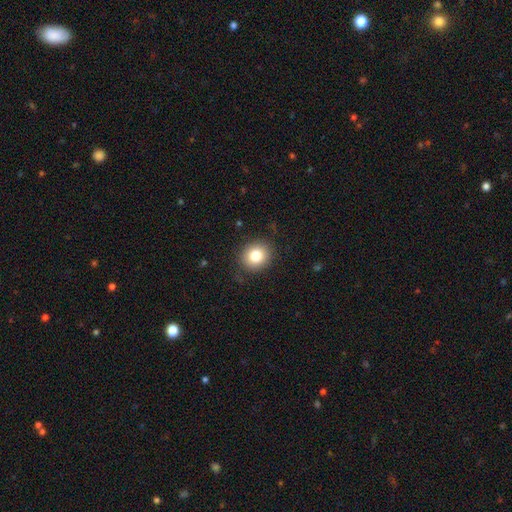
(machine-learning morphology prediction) Smooth or featured? smooth (81%)
How rounded? round (80%)
Merging? none (87%)